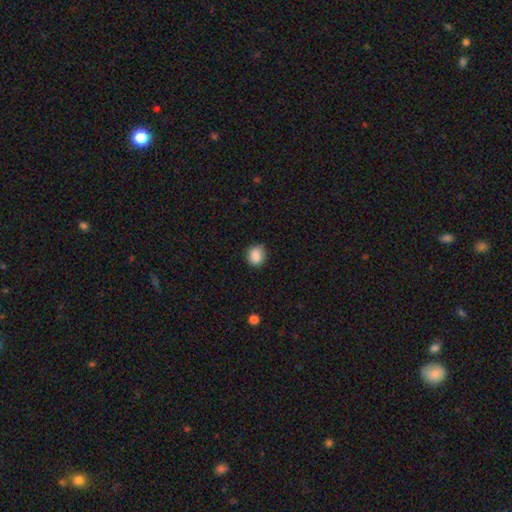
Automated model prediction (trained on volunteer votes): Overall: smooth (87%). How rounded: round (66%; in between 33%). Merging: none (77%).